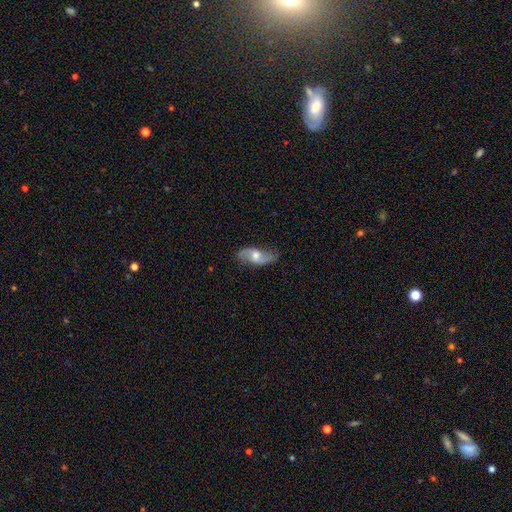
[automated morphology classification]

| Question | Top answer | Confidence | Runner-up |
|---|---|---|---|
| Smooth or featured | featured or disk | 61% | smooth (32%) |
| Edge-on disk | no | 88% | yes (12%) |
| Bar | no | 60% | weak (33%) |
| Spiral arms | yes | 85% | no (15%) |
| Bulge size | moderate | 69% | small (16%) |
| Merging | none | 78% | minor disturbance (16%) |